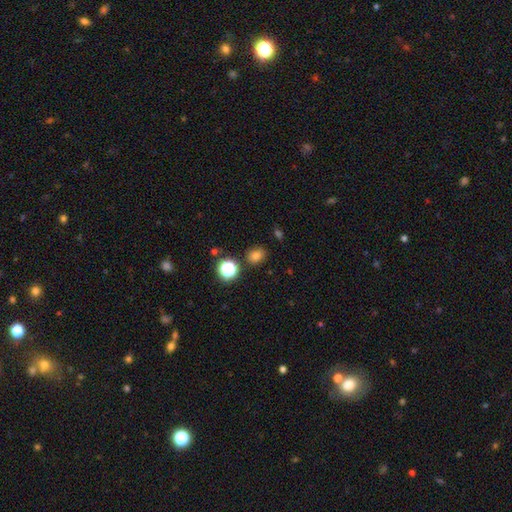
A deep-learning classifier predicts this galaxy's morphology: smooth-or-featured: smooth: 75% | star or artifact: 19% | featured or disk: 6%
  how-rounded: round: 61% | in between: 38% | cigar-shaped: 1%
  merging: none: 83% | minor disturbance: 10% | merger: 4% | major disturbance: 3%